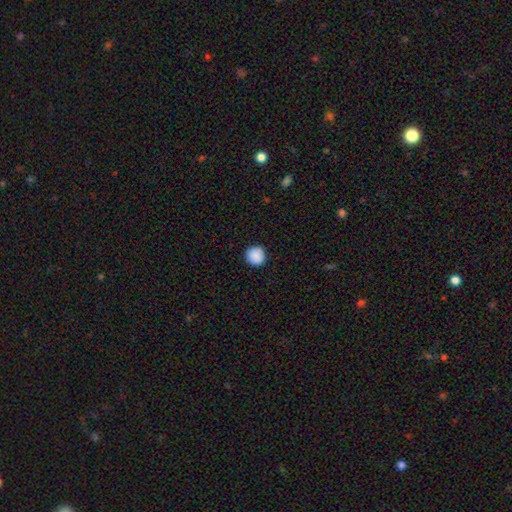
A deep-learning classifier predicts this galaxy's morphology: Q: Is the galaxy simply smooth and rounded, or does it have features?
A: smooth — 89%.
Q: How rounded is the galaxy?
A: round — 94%.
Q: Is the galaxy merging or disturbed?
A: none — 91%.